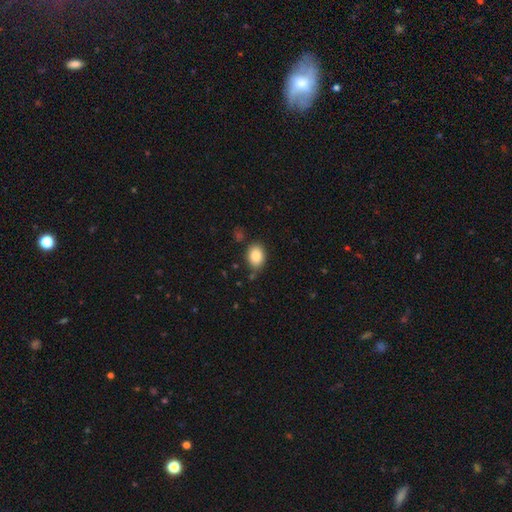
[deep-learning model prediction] Smooth or featured? smooth (85%)
How rounded? in between (74%)
Merging? none (79%)